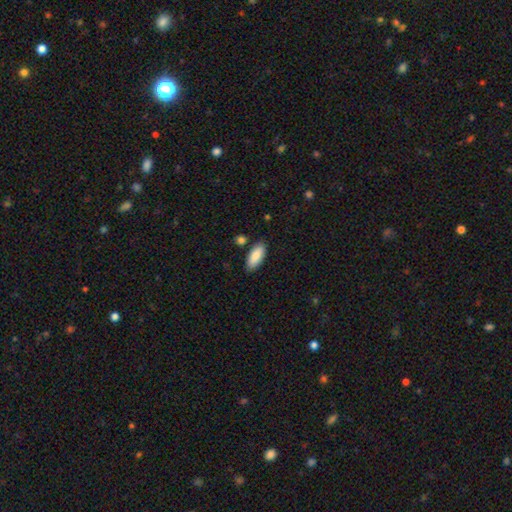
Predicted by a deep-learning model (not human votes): Smooth or featured? smooth (88%)
How rounded? in between (83%)
Merging? none (83%)